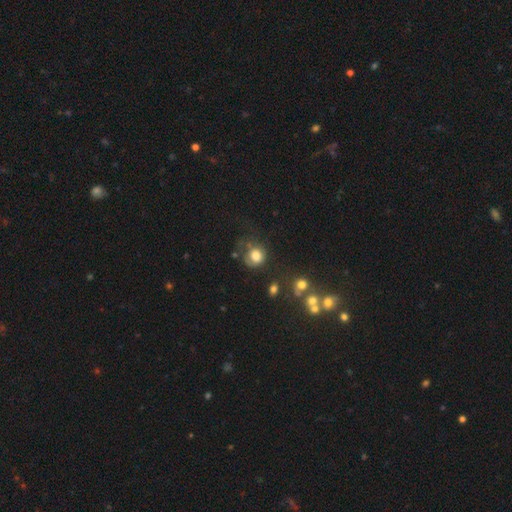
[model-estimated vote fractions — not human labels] This is likely a smooth galaxy (75%). How rounded: likely round (75%). Merging: possibly none (46%).